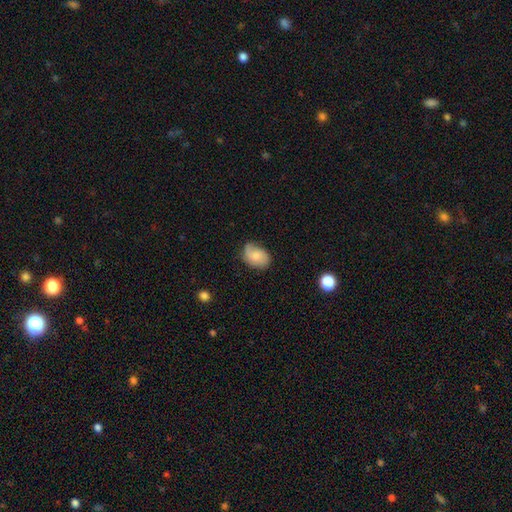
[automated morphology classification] smooth 54%, featured or disk 38%, star or artifact 8%. Down the decision tree: how rounded — in between (75%); merging — none (58%).